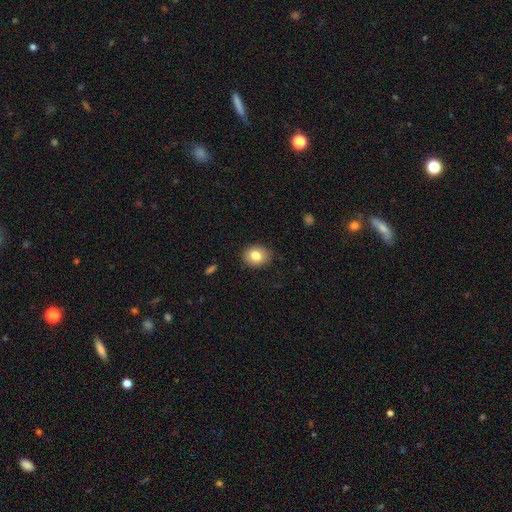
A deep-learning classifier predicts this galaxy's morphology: Overall: smooth (81%). How rounded: round (51%; in between 48%). Merging: none (87%).